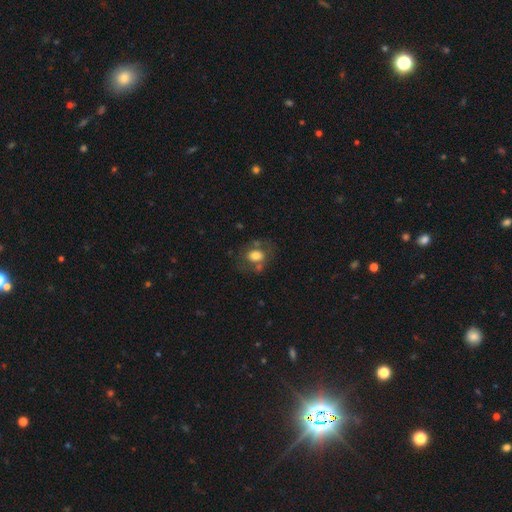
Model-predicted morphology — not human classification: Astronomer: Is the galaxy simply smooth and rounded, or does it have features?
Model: smooth — 67%.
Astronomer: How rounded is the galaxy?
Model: in between — 57% (runner-up: round, 42%).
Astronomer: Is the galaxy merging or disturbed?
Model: none — 57%.